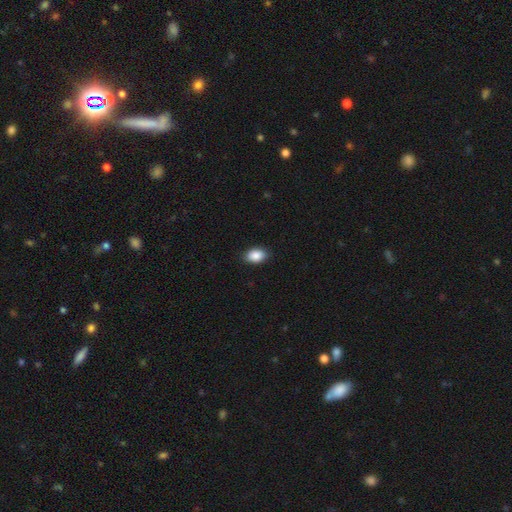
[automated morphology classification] smooth-or-featured: smooth: 88% | star or artifact: 7% | featured or disk: 5%
  how-rounded: in between: 85% | round: 14% | cigar-shaped: 1%
  merging: none: 88% | minor disturbance: 9% | major disturbance: 2% | merger: 1%